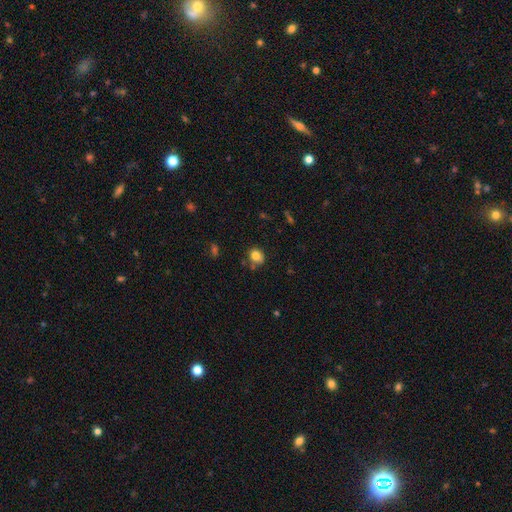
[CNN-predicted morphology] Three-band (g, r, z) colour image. It shows a smooth galaxy with no disk features (81%) that is round (67%). Merging: none (68%).